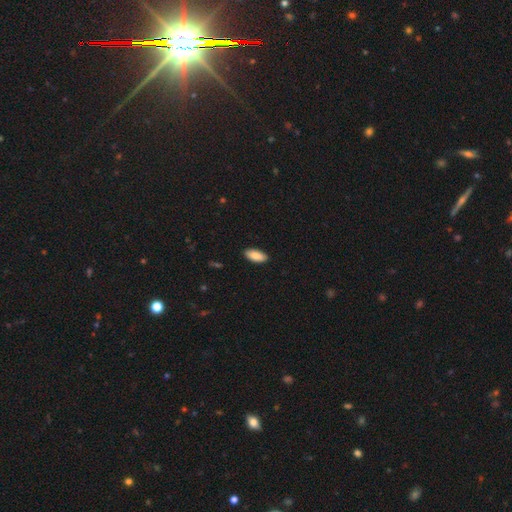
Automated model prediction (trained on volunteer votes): Smooth or featured? Predicted: smooth (p=0.88). How rounded? Predicted: in between (p=0.91). Merging? Predicted: none (p=0.89).